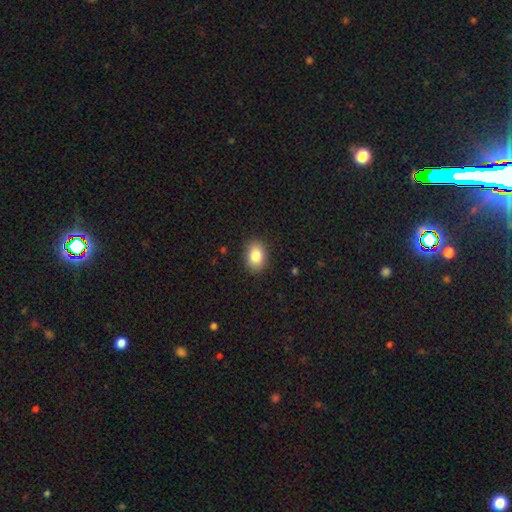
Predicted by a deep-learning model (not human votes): The model was most divided on "how rounded": in between: 75%, round: 24%, cigar-shaped: 1%. More confident: merging — none (88%); smooth or featured — smooth (84%).